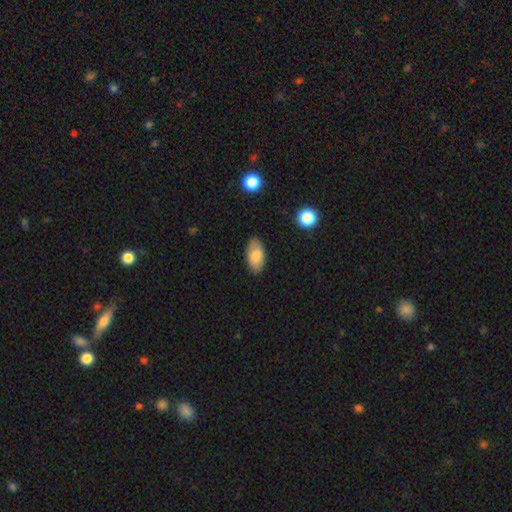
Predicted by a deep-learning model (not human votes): Overall: smooth (81%). How rounded: in between (94%). Merging: none (84%).